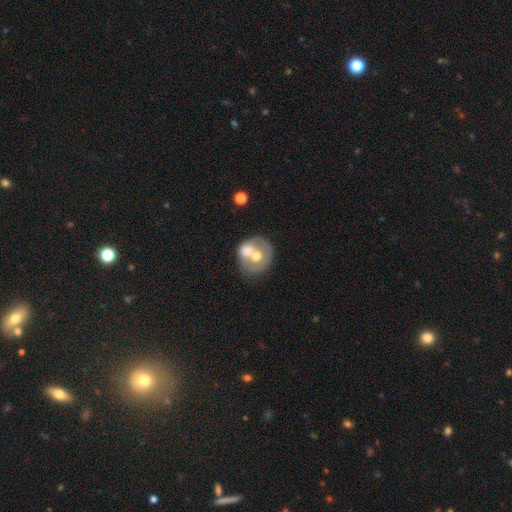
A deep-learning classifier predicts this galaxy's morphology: Overall: featured or disk (47%; smooth 46%). Merging: merger (48%; none 33%).